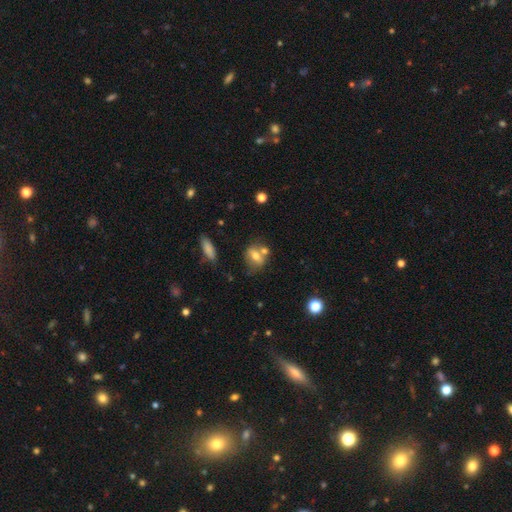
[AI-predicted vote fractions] smooth-or-featured: smooth: 65% | featured or disk: 24% | star or artifact: 10%
  how-rounded: in between: 64% | round: 30% | cigar-shaped: 6%
  merging: none: 49% | merger: 30% | minor disturbance: 15% | major disturbance: 5%